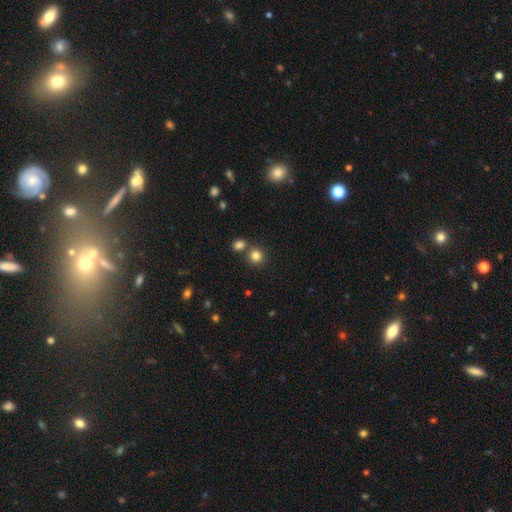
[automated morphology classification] Smooth or featured: smooth — 82% (star or artifact — 13%)
How rounded: round — 88% (in between — 11%)
Merging: none — 70% (merger — 20%)